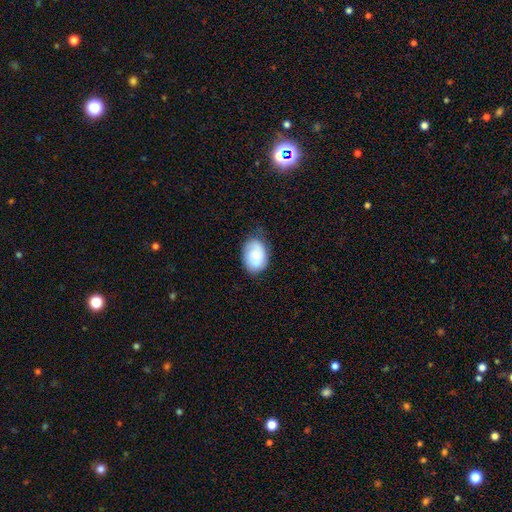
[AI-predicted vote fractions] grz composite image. It shows a smooth galaxy with no disk features (71%) that is in between round and cigar-shaped (79%). Merging: none (70%).